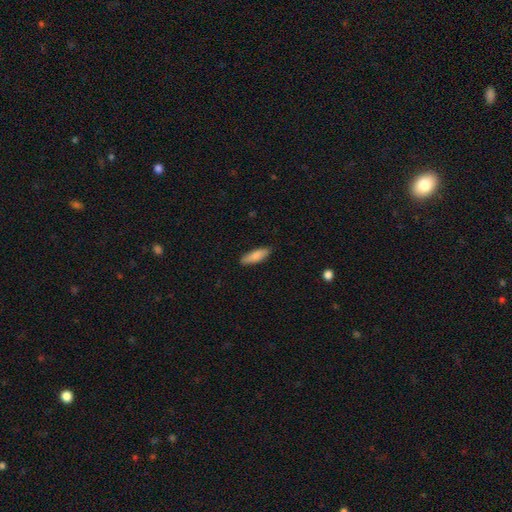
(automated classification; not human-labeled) Smooth or featured: smooth — 84% (featured or disk — 10%)
How rounded: in between — 53% (cigar-shaped — 45%)
Merging: none — 87% (minor disturbance — 10%)